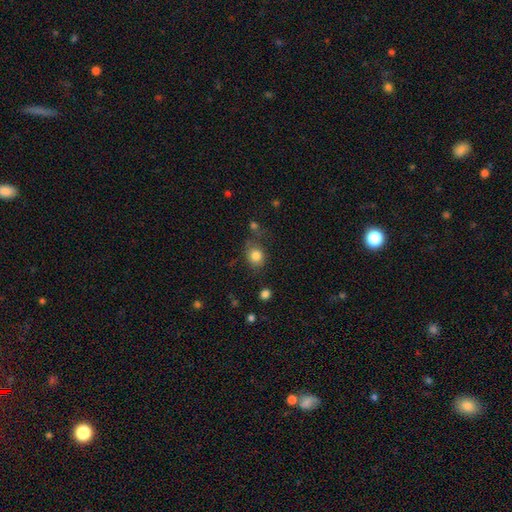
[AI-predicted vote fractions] Smooth or featured: smooth — 82% (star or artifact — 10%)
How rounded: round — 66% (in between — 33%)
Merging: none — 67% (minor disturbance — 19%)